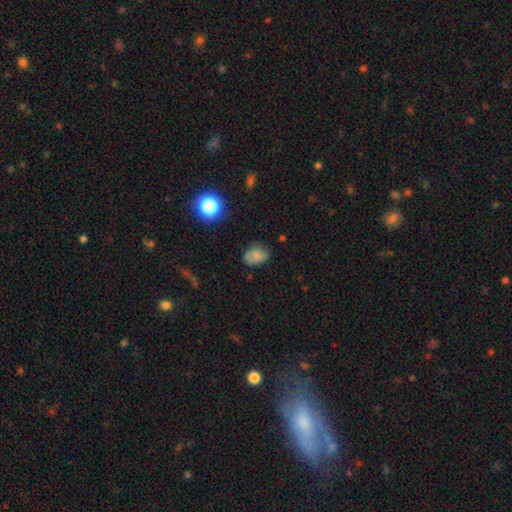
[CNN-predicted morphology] Smooth or featured?
  - smooth: 76% *
  - star or artifact: 14%
  - featured or disk: 10%
How rounded?
  - in between: 69% *
  - round: 30%
  - cigar-shaped: 1%
Merging?
  - none: 67% *
  - minor disturbance: 25%
  - major disturbance: 6%
  - merger: 2%